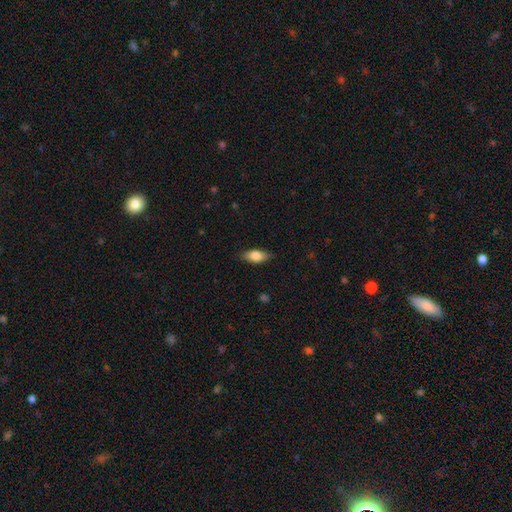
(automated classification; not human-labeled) Q: Smooth or featured?
A: smooth (76%); runner-up: featured or disk (17%)
Q: How rounded?
A: in between (84%); runner-up: cigar-shaped (12%)
Q: Merging?
A: none (83%); runner-up: minor disturbance (13%)